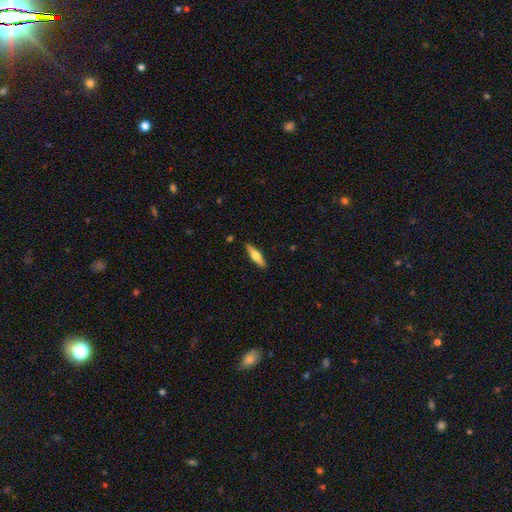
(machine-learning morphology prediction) A smooth galaxy with no disk features (50%).

Vote fractions:
- Smooth or featured? smooth: 50% / featured or disk: 45% / star or artifact: 5%
- Merging? none: 89% / minor disturbance: 8% / major disturbance: 2% / merger: 1%